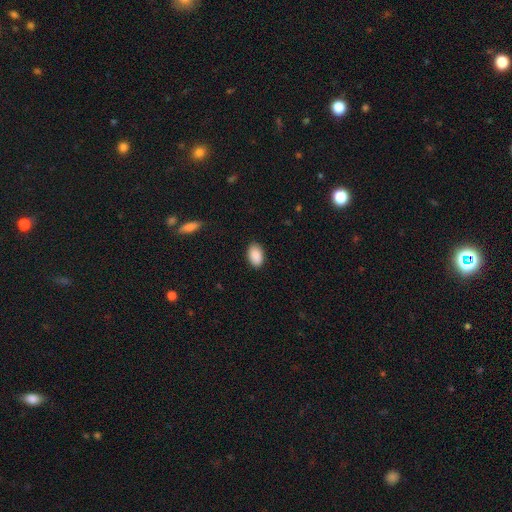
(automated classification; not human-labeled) A smooth galaxy with no disk features (90%) that is in between round and cigar-shaped (91%). Merging: none (88%).